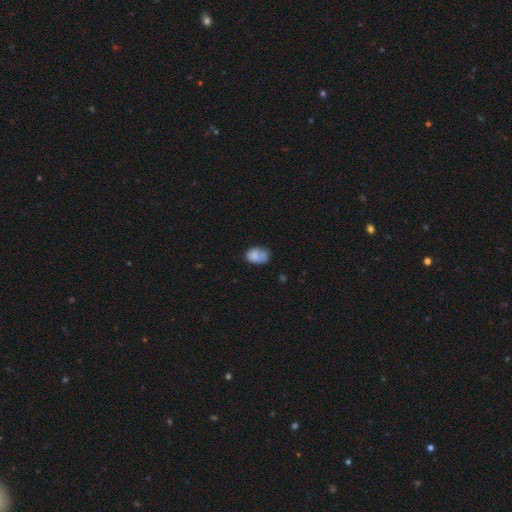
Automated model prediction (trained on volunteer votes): Smooth or featured? Predicted: smooth (p=0.74). How rounded? Predicted: in between (p=0.82). Merging? Predicted: none (p=0.47).